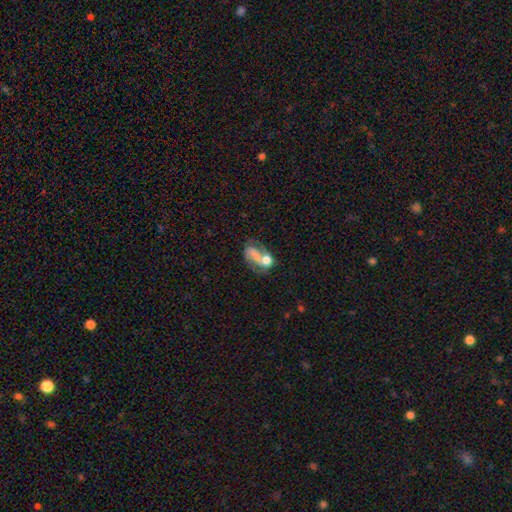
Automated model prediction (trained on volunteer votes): A smooth galaxy with no disk features (45%). Merging: merger (41%).